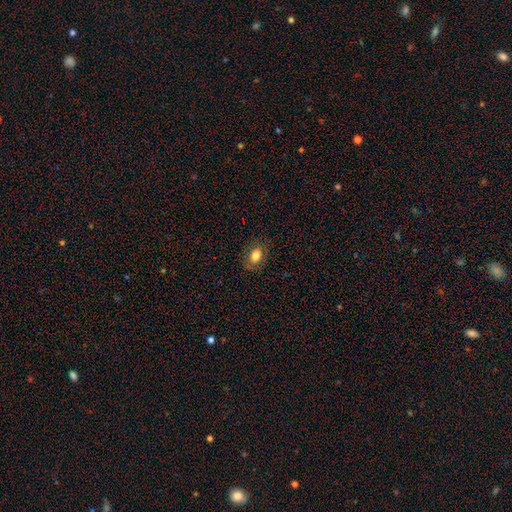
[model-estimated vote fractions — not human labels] This is likely a smooth galaxy (75%). How rounded: likely in between (76%). Merging: clearly none (81%).